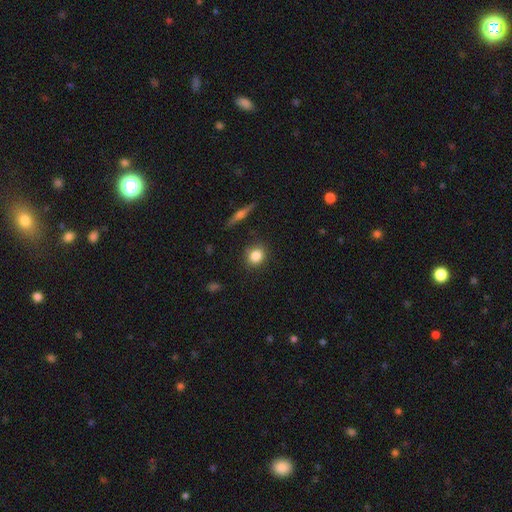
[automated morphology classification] smooth-or-featured: smooth: 82% | star or artifact: 9% | featured or disk: 9%
  how-rounded: round: 78% | in between: 20% | cigar-shaped: 2%
  merging: none: 86% | minor disturbance: 9% | major disturbance: 2% | merger: 2%